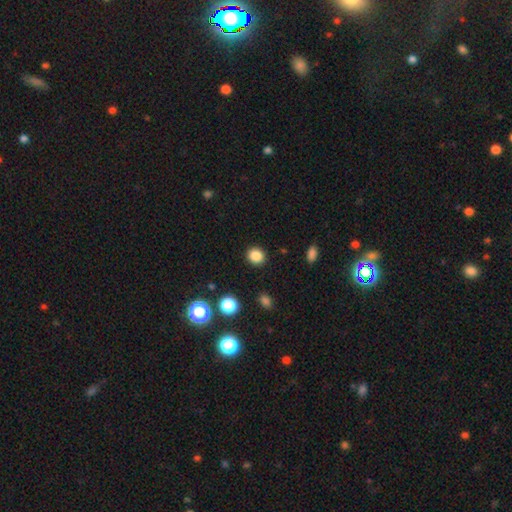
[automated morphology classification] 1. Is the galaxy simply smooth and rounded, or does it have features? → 85% smooth, 11% star or artifact, 4% featured or disk.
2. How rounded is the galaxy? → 78% round, 21% in between, 1% cigar-shaped.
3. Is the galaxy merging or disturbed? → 90% none, 6% minor disturbance, 2% major disturbance, 1% merger.